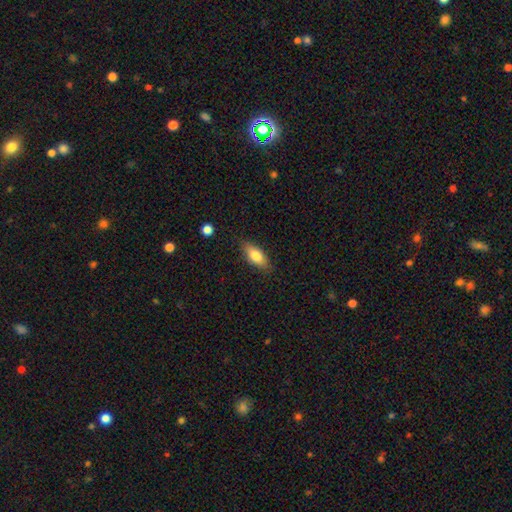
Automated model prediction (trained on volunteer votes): The model was most divided on "smooth or featured": smooth: 75%, featured or disk: 18%, star or artifact: 7%. More confident: merging — none (82%); how rounded — in between (77%).